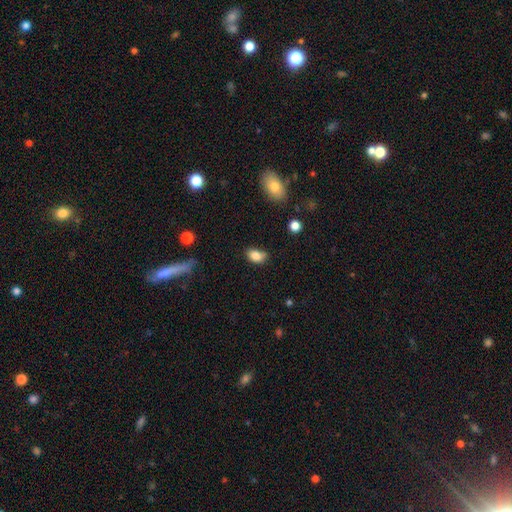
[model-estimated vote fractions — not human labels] smooth-or-featured: smooth: 83% | star or artifact: 10% | featured or disk: 7%
  how-rounded: in between: 83% | round: 15% | cigar-shaped: 2%
  merging: none: 59% | minor disturbance: 29% | major disturbance: 6% | merger: 5%